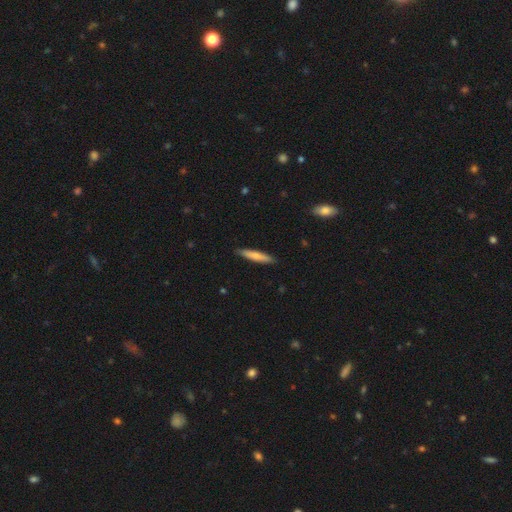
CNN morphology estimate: This appears to be a smooth galaxy with no disk features (72%) that is cigar-shaped (91%). Merging: none (90%).